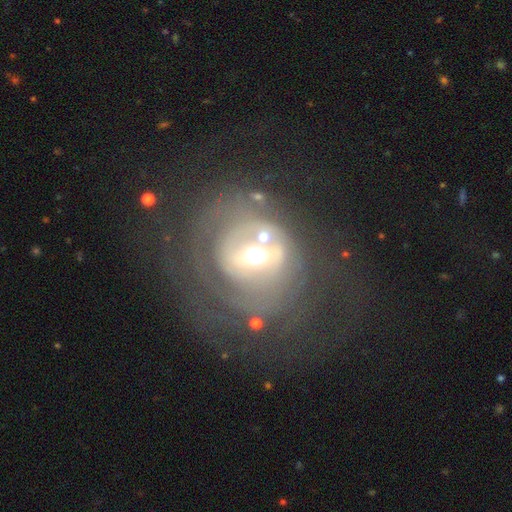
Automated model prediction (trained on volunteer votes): This is likely a featured or disk galaxy (73%). It is clearly not viewed edge-on (97%). Bar: possibly no (48%). Spiral arm pattern: likely yes (68%). Central bulge: possibly moderate (59%). Merging: possibly none (50%).